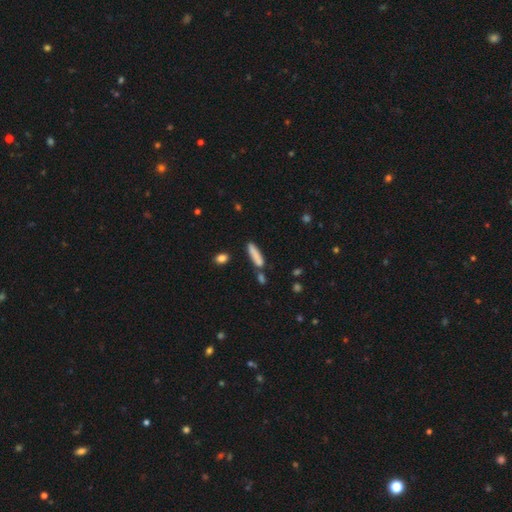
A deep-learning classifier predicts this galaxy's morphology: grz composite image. It shows a smooth galaxy with no disk features (81%) that is cigar-shaped (77%). Merging: none (68%).